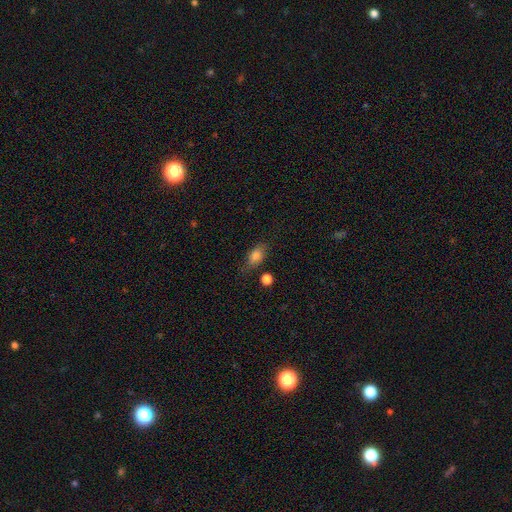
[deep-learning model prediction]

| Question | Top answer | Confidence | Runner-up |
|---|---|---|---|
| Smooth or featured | smooth | 79% | featured or disk (11%) |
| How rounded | in between | 82% | round (11%) |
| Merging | none | 70% | minor disturbance (20%) |